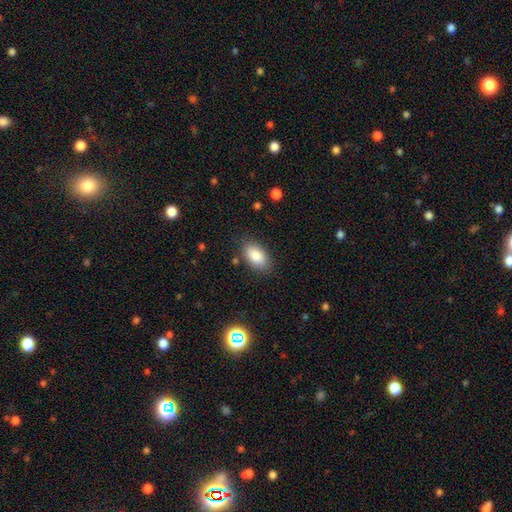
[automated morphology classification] smooth 85%, featured or disk 8%, star or artifact 7%. Down the decision tree: how rounded — in between (93%); merging — none (83%).